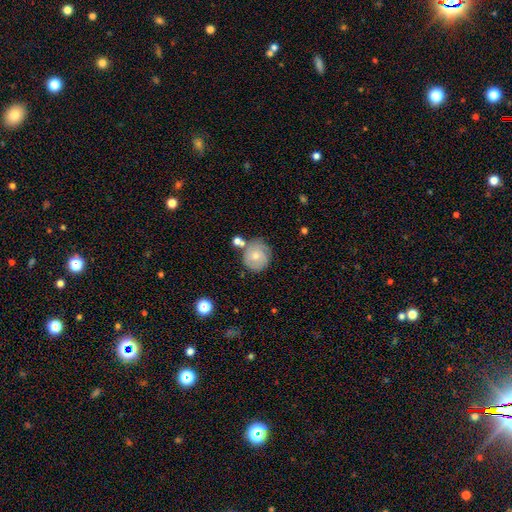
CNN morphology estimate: Q: Smooth or featured?
A: smooth (52%); runner-up: featured or disk (39%)
Q: How rounded?
A: round (88%); runner-up: in between (11%)
Q: Merging?
A: none (66%); runner-up: minor disturbance (17%)